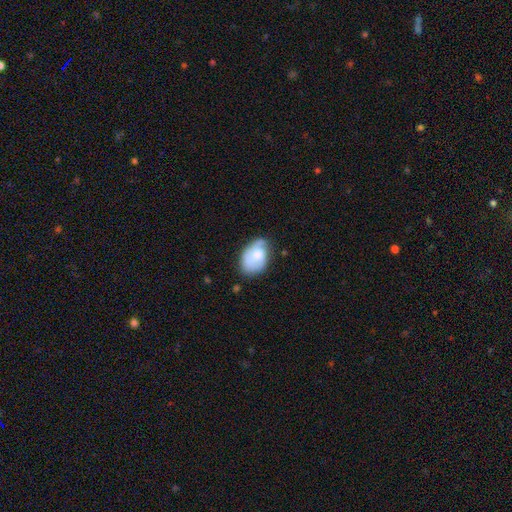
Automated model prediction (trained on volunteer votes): A smooth galaxy with no disk features (58%) that is in between round and cigar-shaped (85%). Merging: none (47%).